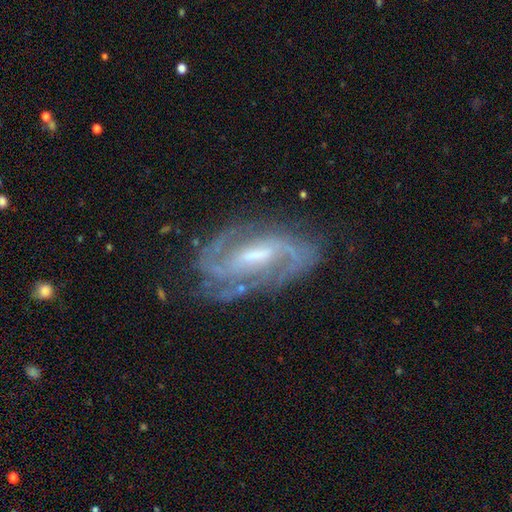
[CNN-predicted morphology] A featured or disk galaxy (90%) with a weak bar (48%), 2 (62%) medium (48%) spiral arms (97%) and a moderate central bulge (46%). Merging: none (72%).